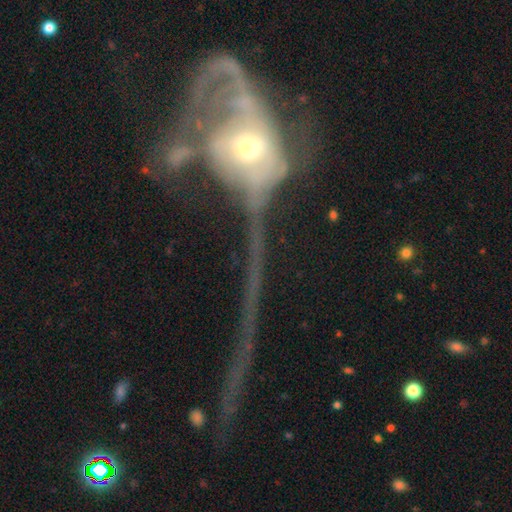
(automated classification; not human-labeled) This is likely a featured or disk galaxy (72%). It is clearly not viewed edge-on (82%). Bar: likely no (70%). Spiral arm pattern: possibly yes (50%, tied with no). Central bulge: possibly moderate (55%). Merging: possibly major disturbance (52%).